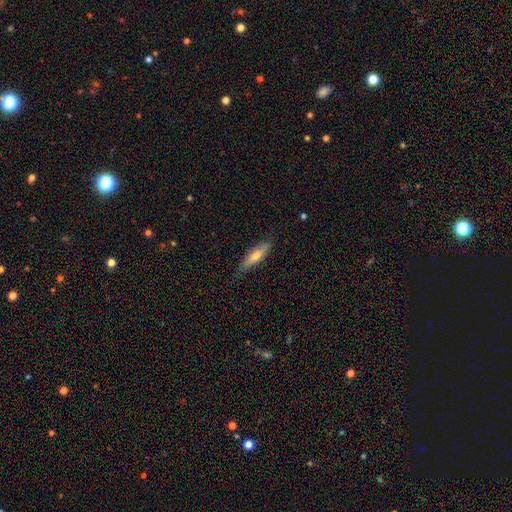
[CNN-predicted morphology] Smooth or featured? smooth (58%)
How rounded? cigar-shaped (69%)
Merging? none (76%)